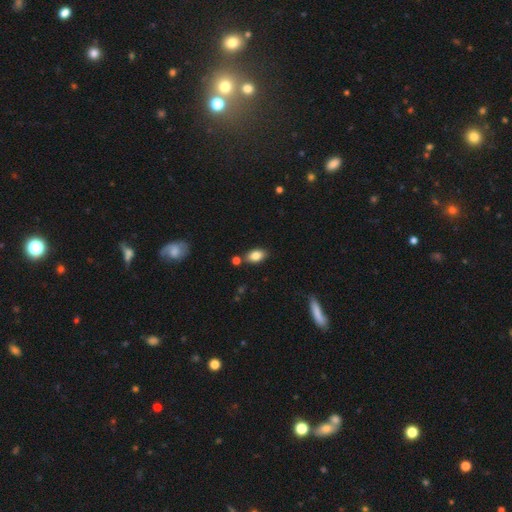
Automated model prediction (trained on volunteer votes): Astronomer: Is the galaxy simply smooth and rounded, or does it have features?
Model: smooth — 84%.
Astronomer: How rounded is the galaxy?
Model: in between — 89%.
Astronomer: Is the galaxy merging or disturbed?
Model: none — 76%.